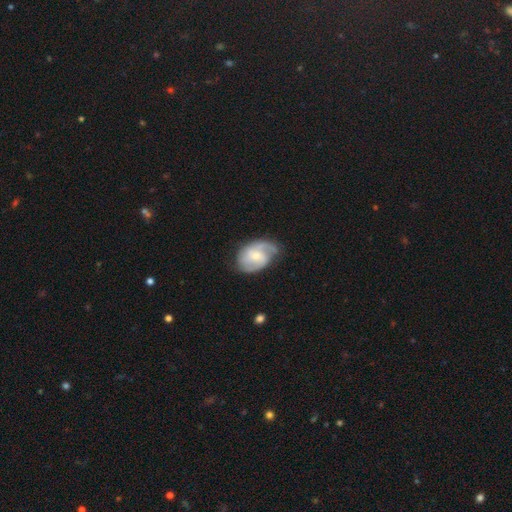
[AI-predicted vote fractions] featured or disk 76%, smooth 19%, star or artifact 5%. Down the decision tree: edge-on disk — no (97%); bar — no (55%); spiral arms — yes (93%); spiral arm count — 2 (56%); spiral winding — medium (47%); bulge size — small (55%); merging — none (60%).